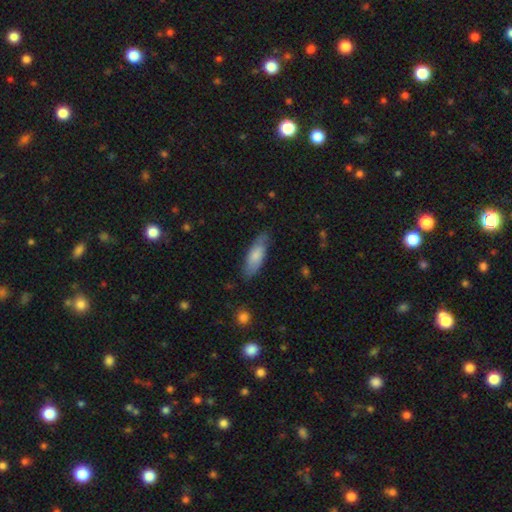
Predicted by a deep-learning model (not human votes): The model was most divided on "how rounded": in between: 63%, cigar-shaped: 36%, round: 2%. More confident: merging — none (75%); smooth or featured — smooth (74%).